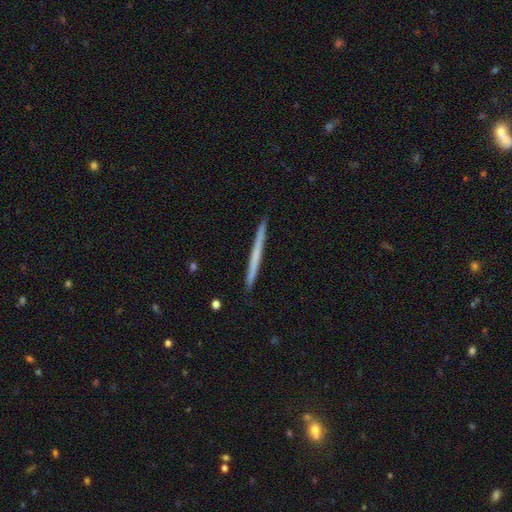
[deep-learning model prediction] This is possibly a smooth galaxy (52%). How rounded: clearly cigar-shaped (97%). Merging: clearly none (93%).